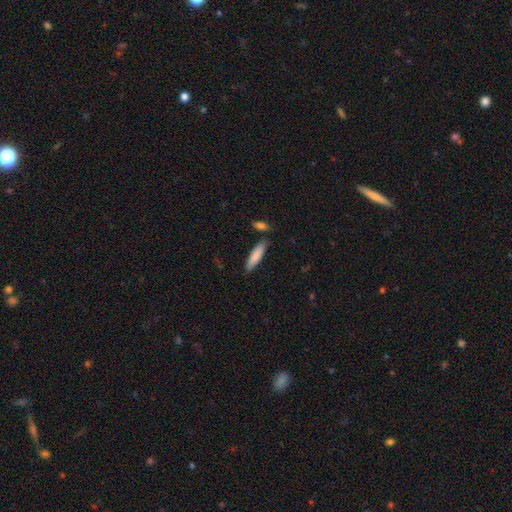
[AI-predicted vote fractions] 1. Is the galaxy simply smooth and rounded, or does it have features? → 84% smooth, 11% featured or disk, 5% star or artifact.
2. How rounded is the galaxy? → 74% cigar-shaped, 25% in between, 1% round.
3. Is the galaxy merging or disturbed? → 82% none, 11% minor disturbance, 4% merger, 2% major disturbance.